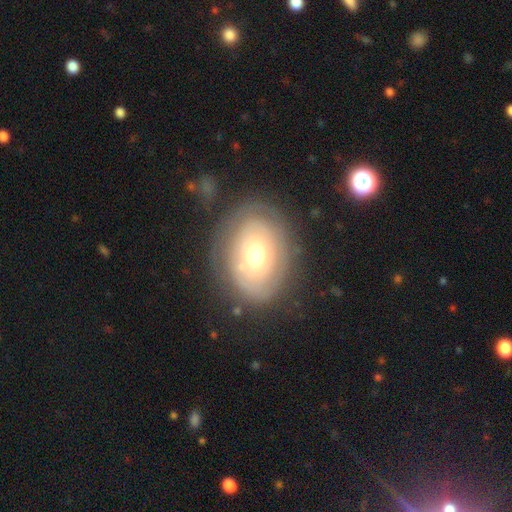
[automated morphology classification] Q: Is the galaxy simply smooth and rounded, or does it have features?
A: featured or disk — 60%.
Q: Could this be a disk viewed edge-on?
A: no — 95%.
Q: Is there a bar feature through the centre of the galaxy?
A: no — 81%.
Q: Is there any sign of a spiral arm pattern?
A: yes — 62%.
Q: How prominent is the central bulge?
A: moderate — 65%.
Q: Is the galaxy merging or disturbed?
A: none — 76%.